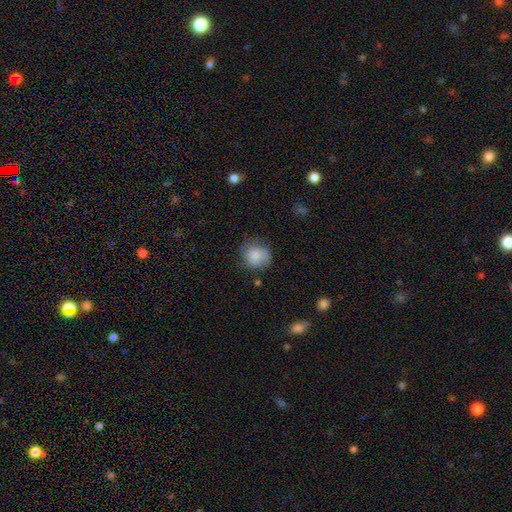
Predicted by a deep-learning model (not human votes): smooth 80%, featured or disk 12%, star or artifact 8%. Down the decision tree: how rounded — round (81%); merging — none (64%).